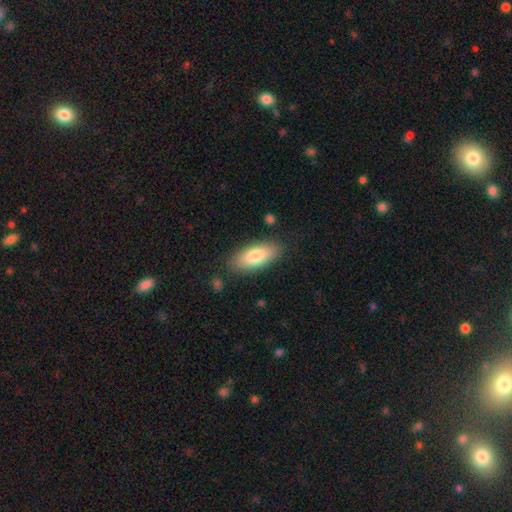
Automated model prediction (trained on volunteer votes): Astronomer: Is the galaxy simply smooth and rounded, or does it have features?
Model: smooth — 80%.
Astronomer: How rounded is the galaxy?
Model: in between — 81%.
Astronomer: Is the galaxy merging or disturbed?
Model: none — 84%.